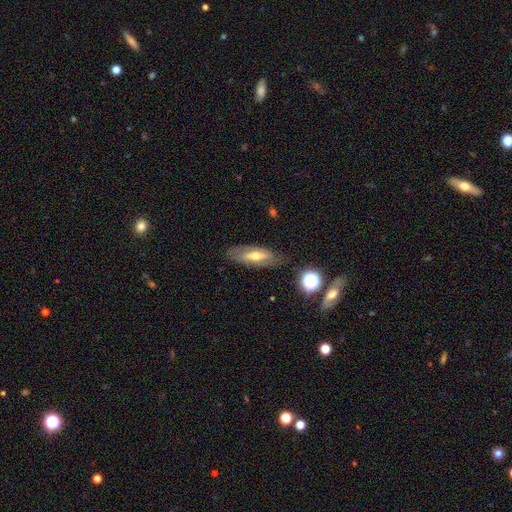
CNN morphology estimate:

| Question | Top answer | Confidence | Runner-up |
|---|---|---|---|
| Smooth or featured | featured or disk | 53% | smooth (39%) |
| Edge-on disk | no | 66% | yes (34%) |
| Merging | none | 76% | minor disturbance (16%) |